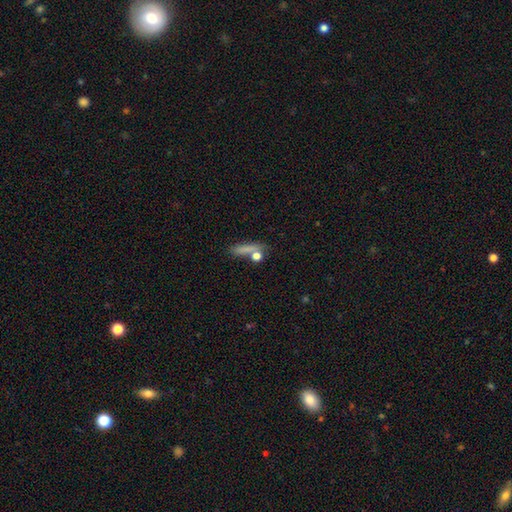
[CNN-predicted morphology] This is likely a smooth galaxy (71%). How rounded: marginally cigar-shaped (38%). Merging: possibly none (58%).